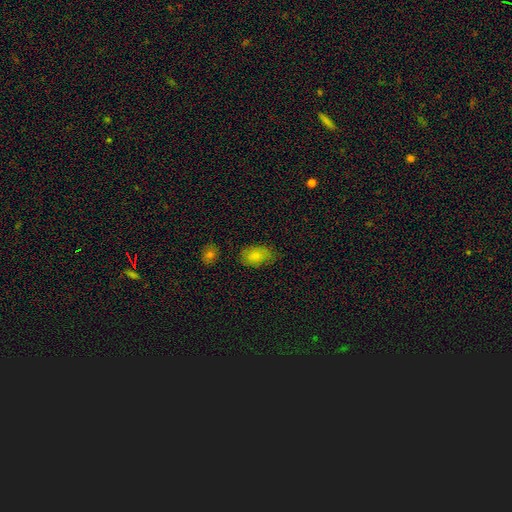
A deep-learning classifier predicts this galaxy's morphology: Smooth or featured? Predicted: smooth (p=0.83). How rounded? Predicted: in between (p=0.89). Merging? Predicted: none (p=0.67).